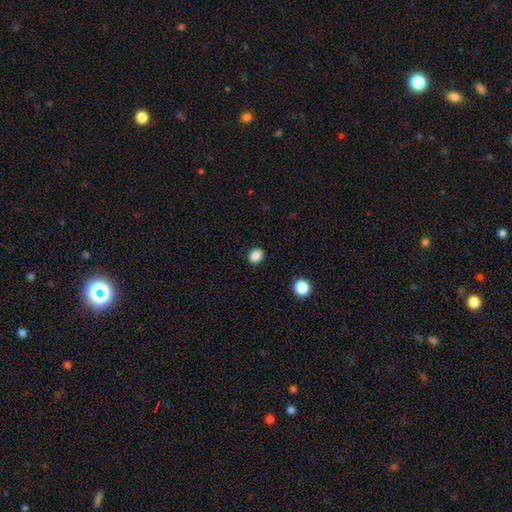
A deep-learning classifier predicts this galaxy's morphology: smooth_or_featured: smooth (p=0.86) [alt: star or artifact p=0.10]
how_rounded: round (p=0.57) [alt: in between p=0.42]
merging: none (p=0.90) [alt: minor disturbance p=0.07]